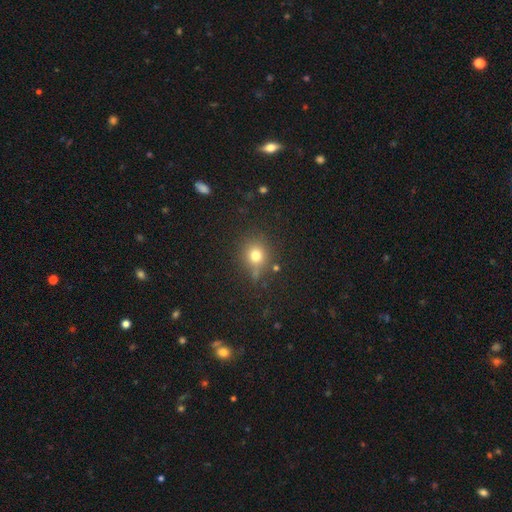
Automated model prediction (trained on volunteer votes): A smooth galaxy with no disk features (75%) that is round (85%). Merging: none (76%).